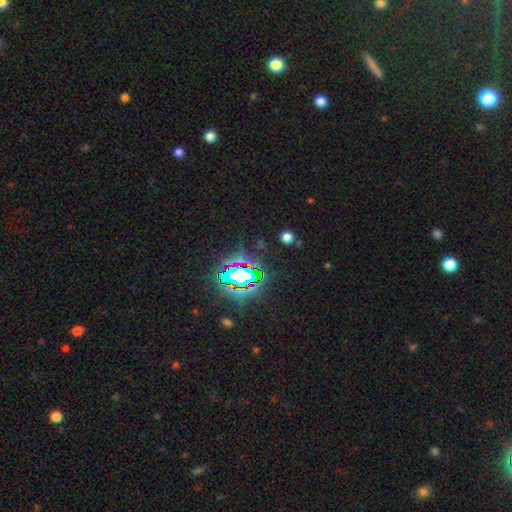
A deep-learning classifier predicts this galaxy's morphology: star or artifact 83%, smooth 10%, featured or disk 7%.